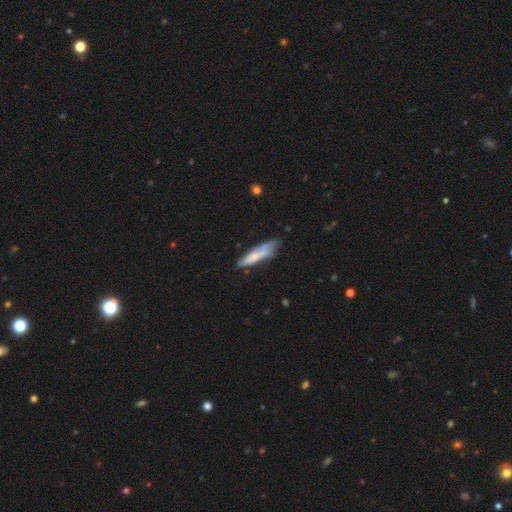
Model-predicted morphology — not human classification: A smooth galaxy with no disk features (65%) that is cigar-shaped (76%).

Vote fractions:
- Smooth or featured? smooth: 65% / featured or disk: 29% / star or artifact: 6%
- How rounded? cigar-shaped: 76% / in between: 23% / round: 2%
- Merging? none: 59% / minor disturbance: 28% / major disturbance: 8% / merger: 5%